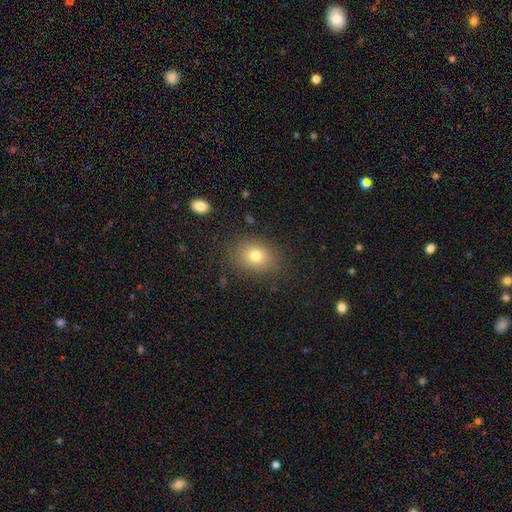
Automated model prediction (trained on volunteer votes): Overall: smooth (76%). How rounded: in between (59%; round 40%). Merging: none (84%).